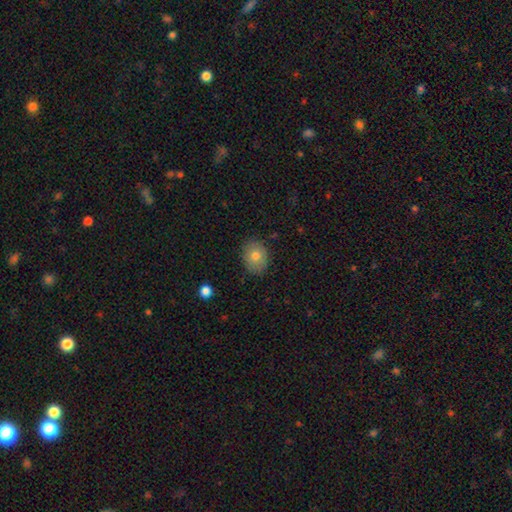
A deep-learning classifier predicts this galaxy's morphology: smooth_or_featured: smooth (p=0.78) [alt: featured or disk p=0.13]
how_rounded: round (p=0.52) [alt: in between p=0.47]
merging: none (p=0.85) [alt: minor disturbance p=0.12]